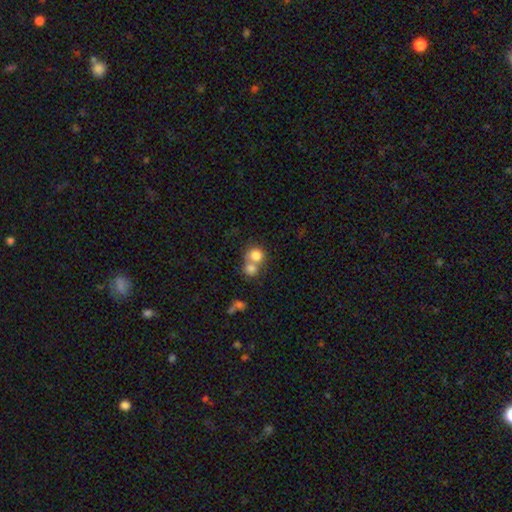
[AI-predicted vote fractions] smooth-or-featured: smooth: 79% | featured or disk: 12% | star or artifact: 10%
  how-rounded: round: 80% | in between: 19% | cigar-shaped: 1%
  merging: merger: 57% | none: 33% | minor disturbance: 6% | major disturbance: 4%